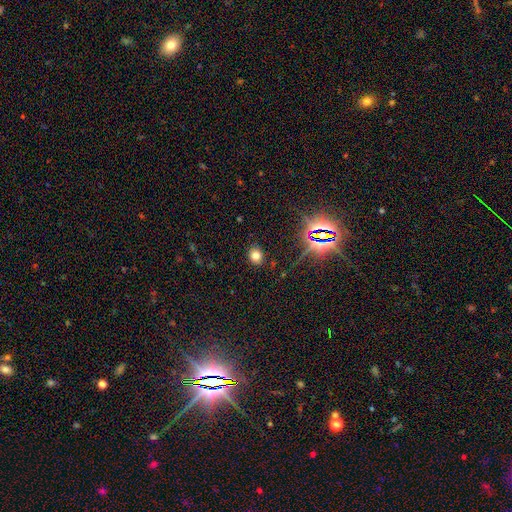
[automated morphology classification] The model was most divided on "how rounded": round: 58%, in between: 41%, cigar-shaped: 1%. More confident: merging — none (88%); smooth or featured — smooth (73%).